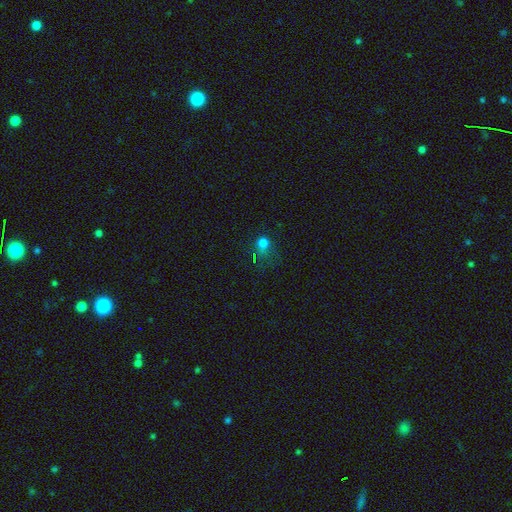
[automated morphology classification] Overall: smooth (52%; star or artifact 38%). How rounded: round (85%). Merging: none (65%).